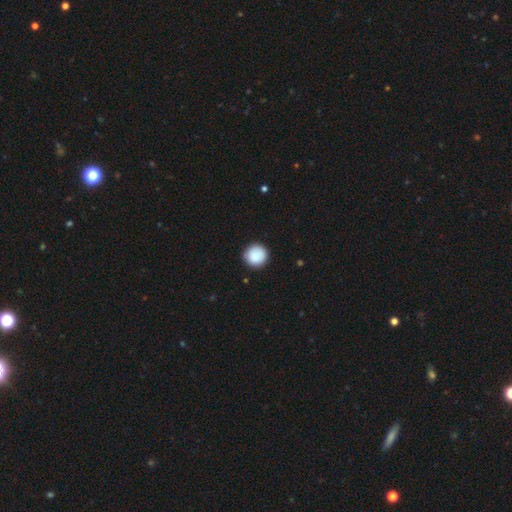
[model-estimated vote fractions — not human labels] Q: Smooth or featured?
A: smooth (88%); runner-up: star or artifact (8%)
Q: How rounded?
A: round (96%); runner-up: in between (3%)
Q: Merging?
A: none (89%); runner-up: minor disturbance (8%)